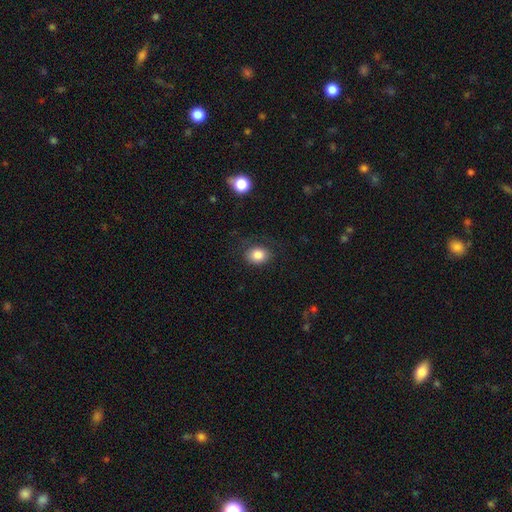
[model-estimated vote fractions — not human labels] smooth_or_featured: smooth (p=0.84) [alt: star or artifact p=0.10]
how_rounded: in between (p=0.50) [alt: round p=0.49]
merging: none (p=0.80) [alt: minor disturbance p=0.14]